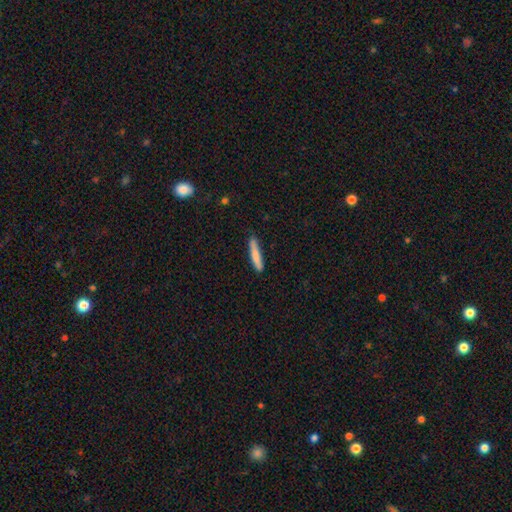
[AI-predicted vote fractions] The model was most divided on "smooth or featured": smooth: 80%, featured or disk: 14%, star or artifact: 6%. More confident: how rounded — cigar-shaped (91%); merging — none (83%).